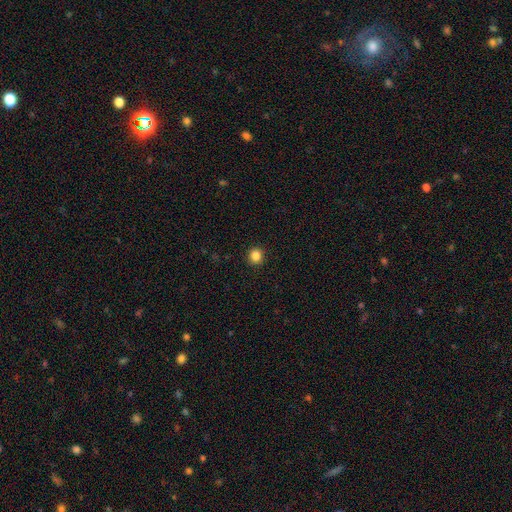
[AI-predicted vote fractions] smooth_or_featured: smooth (p=0.85) [alt: star or artifact p=0.11]
how_rounded: round (p=0.91) [alt: in between p=0.08]
merging: none (p=0.93) [alt: minor disturbance p=0.05]